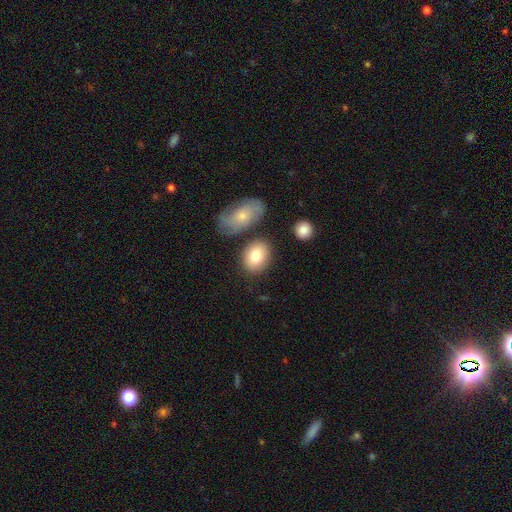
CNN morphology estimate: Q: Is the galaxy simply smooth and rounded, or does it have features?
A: smooth — 80%.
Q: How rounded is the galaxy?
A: in between — 67%.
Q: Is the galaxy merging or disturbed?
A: none — 74%.